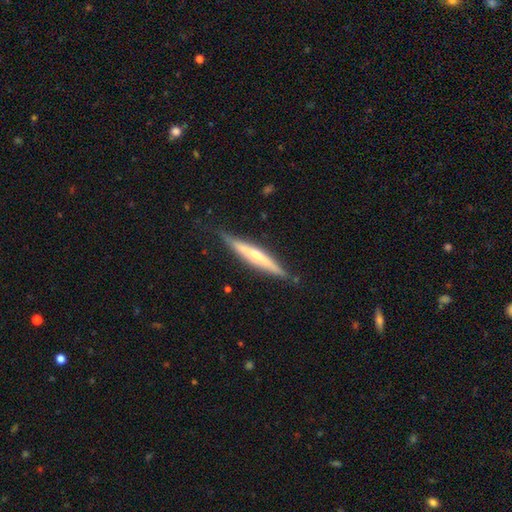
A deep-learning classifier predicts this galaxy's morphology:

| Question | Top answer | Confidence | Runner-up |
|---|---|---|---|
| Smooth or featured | featured or disk | 60% | smooth (34%) |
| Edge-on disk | yes | 95% | no (5%) |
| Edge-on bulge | rounded | 64% | none (28%) |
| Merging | none | 82% | minor disturbance (14%) |